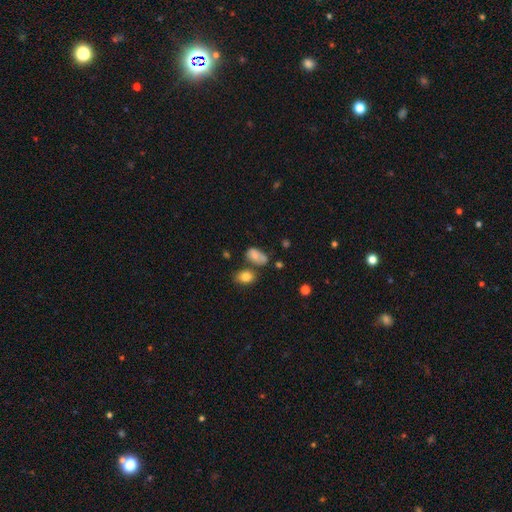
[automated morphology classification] The model was most divided on "merging": none: 45%, minor disturbance: 27%, merger: 18%, major disturbance: 11%. More confident: how rounded — in between (89%); smooth or featured — smooth (76%).